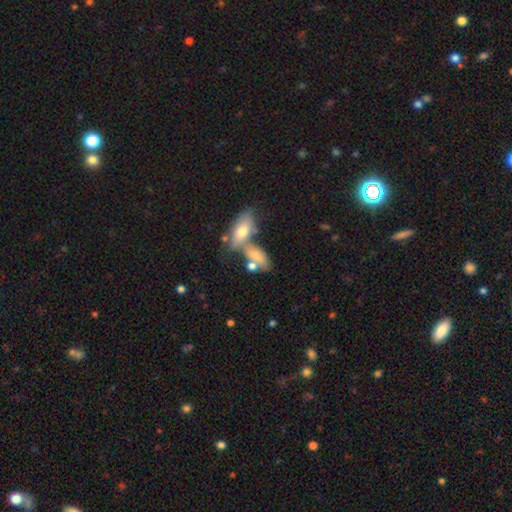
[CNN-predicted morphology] smooth-or-featured: smooth: 71% | featured or disk: 20% | star or artifact: 8%
  how-rounded: in between: 82% | cigar-shaped: 11% | round: 6%
  merging: merger: 47% | none: 31% | minor disturbance: 14% | major disturbance: 8%